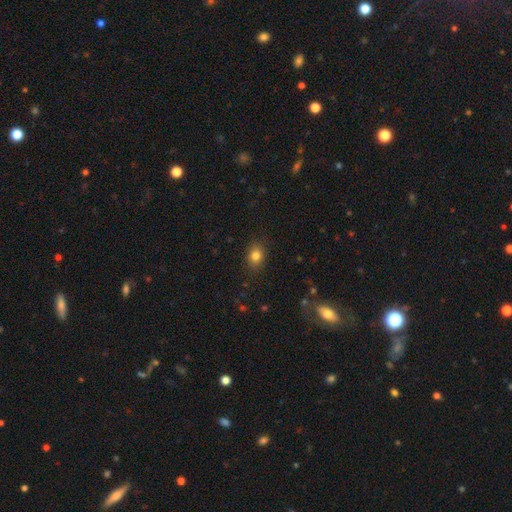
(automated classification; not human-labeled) smooth_or_featured: smooth (p=0.82) [alt: star or artifact p=0.11]
how_rounded: in between (p=0.57) [alt: round p=0.42]
merging: none (p=0.87) [alt: minor disturbance p=0.10]